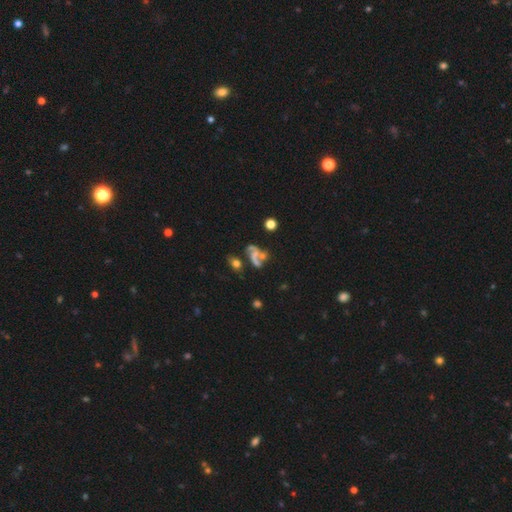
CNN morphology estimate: This is possibly a featured or disk galaxy (57%). It is clearly not viewed edge-on (96%). Bar: likely no (67%). Spiral arm pattern: likely yes (67%). Central bulge: marginally none (44%). Merging: marginally merger (33%).